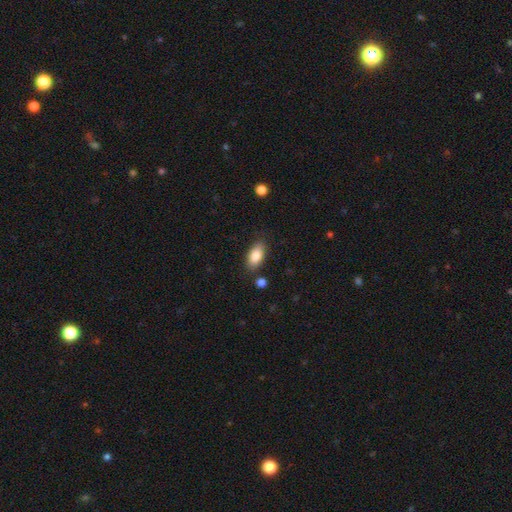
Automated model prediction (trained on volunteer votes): This is clearly a smooth galaxy (84%). How rounded: clearly in between (89%). Merging: clearly none (82%).